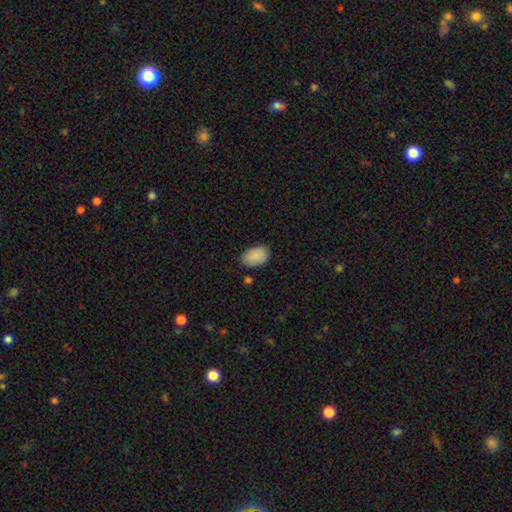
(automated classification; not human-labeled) smooth 88%, star or artifact 7%, featured or disk 5%. Down the decision tree: how rounded — in between (91%); merging — none (81%).